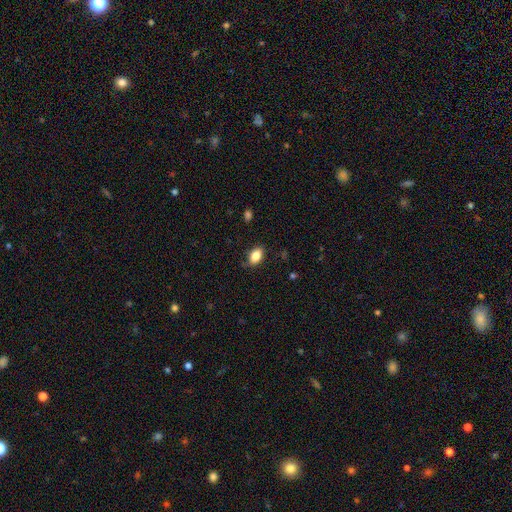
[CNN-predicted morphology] smooth-or-featured: smooth: 85% | star or artifact: 8% | featured or disk: 7%
  how-rounded: in between: 88% | round: 10% | cigar-shaped: 2%
  merging: none: 80% | minor disturbance: 16% | major disturbance: 3% | merger: 1%